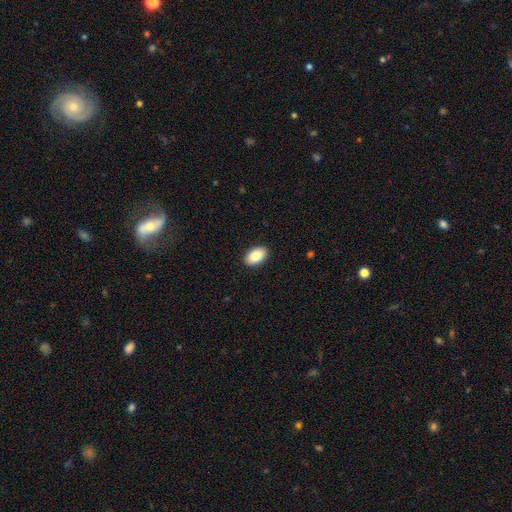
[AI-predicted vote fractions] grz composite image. It shows a smooth galaxy with no disk features (86%) that is in between round and cigar-shaped (93%). Merging: none (90%).